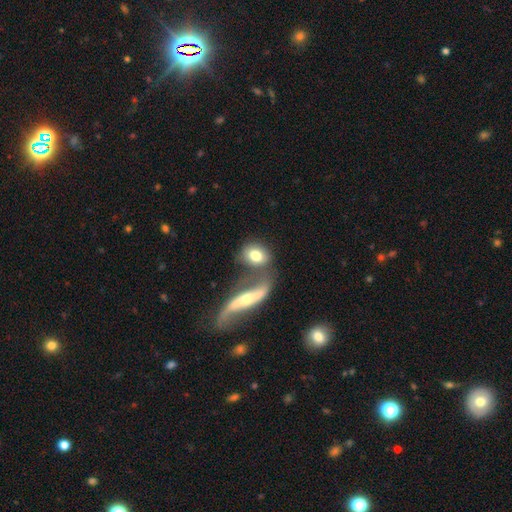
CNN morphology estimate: This appears to be a smooth galaxy with no disk features (70%) that is in between round and cigar-shaped (64%). Merging: none (43%).